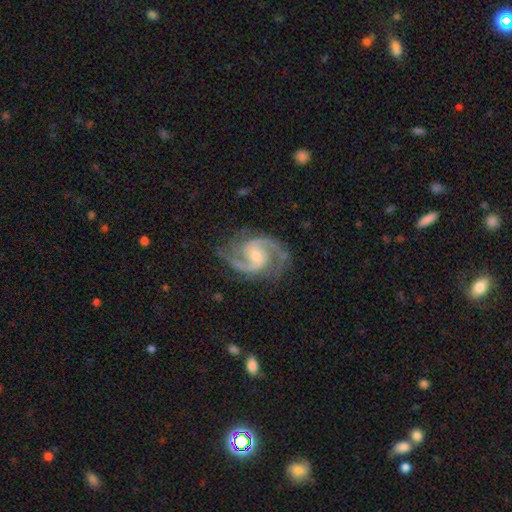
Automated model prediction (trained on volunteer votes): smooth-or-featured: featured or disk: 94% | star or artifact: 4% | smooth: 2%
  disk-edge-on: no: 98% | yes: 2%
    bar: no: 52% | weak: 38% | strong: 10%
    has-spiral-arms: yes: 99% | no: 1%
      spiral-winding: medium: 65% | tight: 23% | loose: 13%
      spiral-arm-count: 2: 90% | 3: 5% | can't tell: 2% | 1: 1% | 4: 1% | more than 4: 1%
    bulge-size: small: 57% | moderate: 39% | none: 2% | large: 2% | dominant: 1%
  merging: none: 79% | minor disturbance: 15% | major disturbance: 5% | merger: 1%